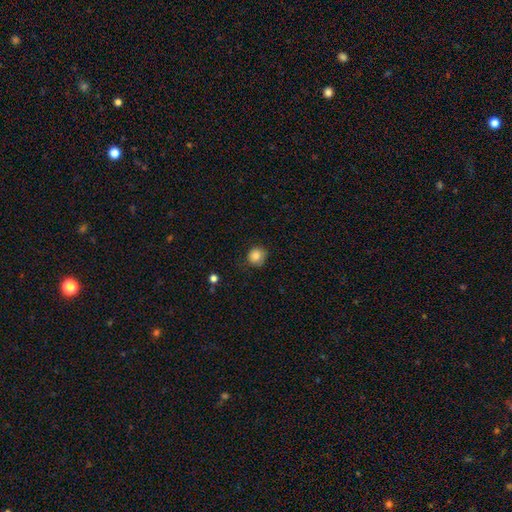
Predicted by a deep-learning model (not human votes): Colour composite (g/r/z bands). It shows a smooth galaxy with no disk features (83%) that is round (87%). Merging: none (77%).